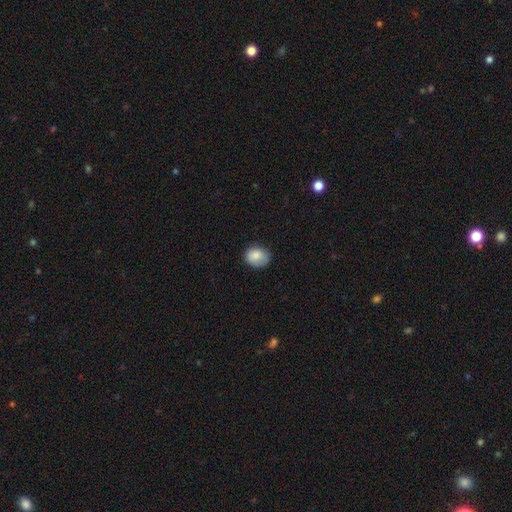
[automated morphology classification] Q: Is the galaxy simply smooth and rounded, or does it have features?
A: smooth — 85%.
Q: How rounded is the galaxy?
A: in between — 52%.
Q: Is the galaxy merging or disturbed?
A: none — 68%.